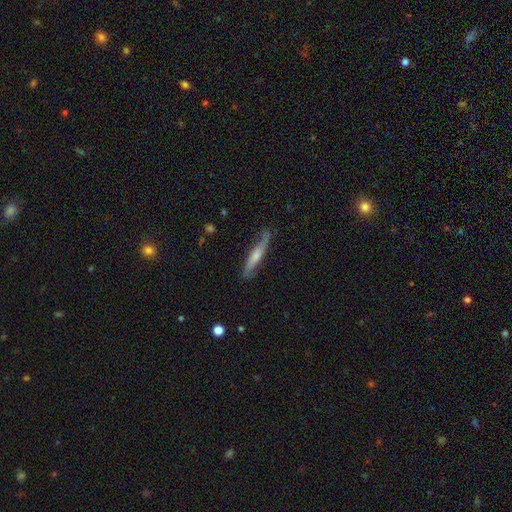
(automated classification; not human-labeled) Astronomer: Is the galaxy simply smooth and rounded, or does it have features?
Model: featured or disk — 59% (runner-up: smooth, 35%).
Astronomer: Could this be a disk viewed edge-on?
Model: yes — 72%.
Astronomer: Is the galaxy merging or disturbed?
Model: none — 76%.